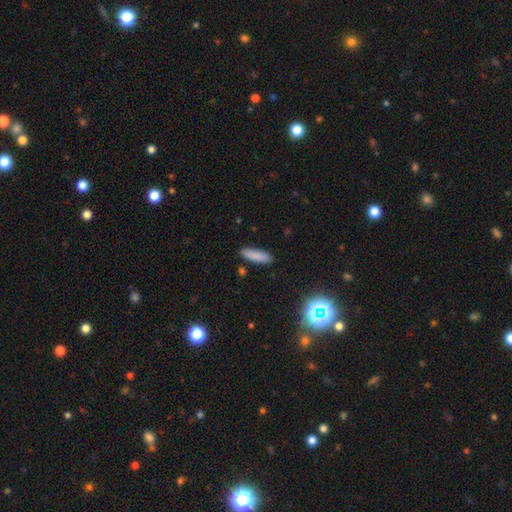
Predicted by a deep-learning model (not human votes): A smooth galaxy with no disk features (86%) that is cigar-shaped (56%).

Vote fractions:
- Smooth or featured? smooth: 86% / star or artifact: 8% / featured or disk: 6%
- How rounded? cigar-shaped: 56% / in between: 43% / round: 2%
- Merging? none: 88% / minor disturbance: 9% / major disturbance: 2% / merger: 2%